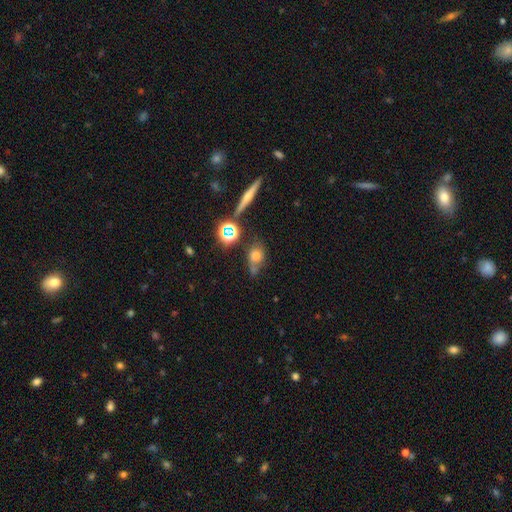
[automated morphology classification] Overall: smooth (59%; featured or disk 21%). How rounded: in between (48%; round 44%). Merging: none (54%; minor disturbance 21%).